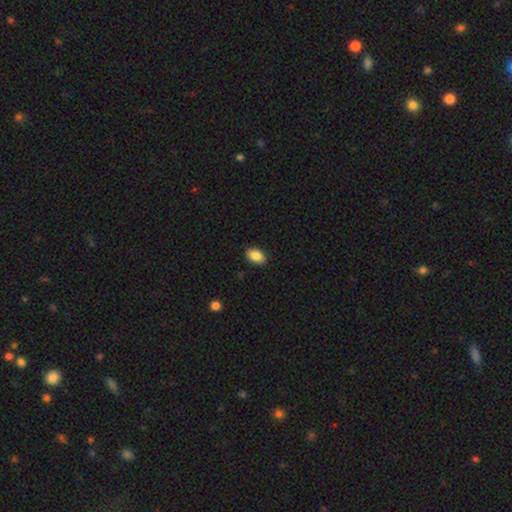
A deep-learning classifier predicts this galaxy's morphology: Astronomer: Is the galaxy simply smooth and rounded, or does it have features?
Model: smooth — 88%.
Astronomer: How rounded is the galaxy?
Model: in between — 88%.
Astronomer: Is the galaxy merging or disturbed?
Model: none — 89%.